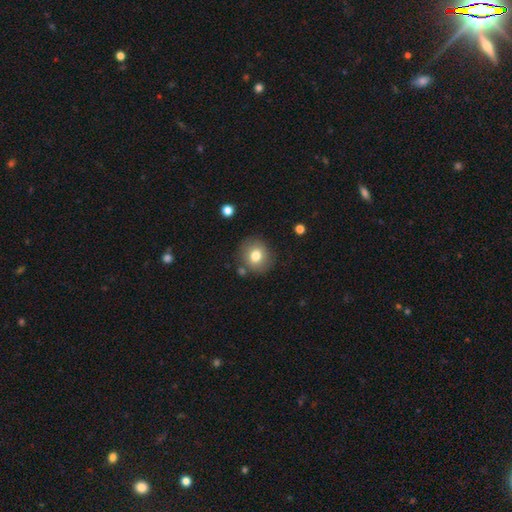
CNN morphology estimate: This appears to be a smooth galaxy with no disk features (77%) that is round (85%). Merging: none (81%).